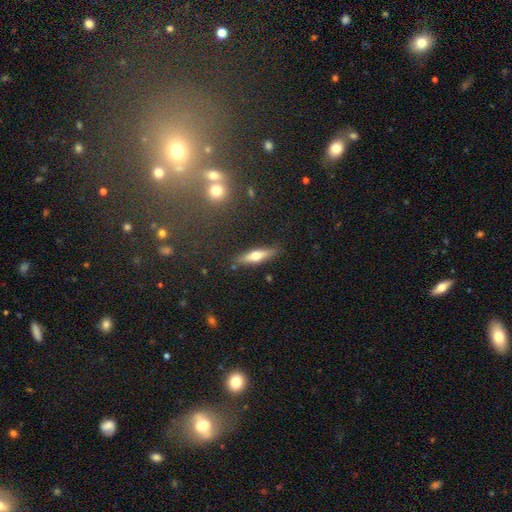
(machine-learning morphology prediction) Overall: smooth (50%; featured or disk 43%). Merging: none (86%).